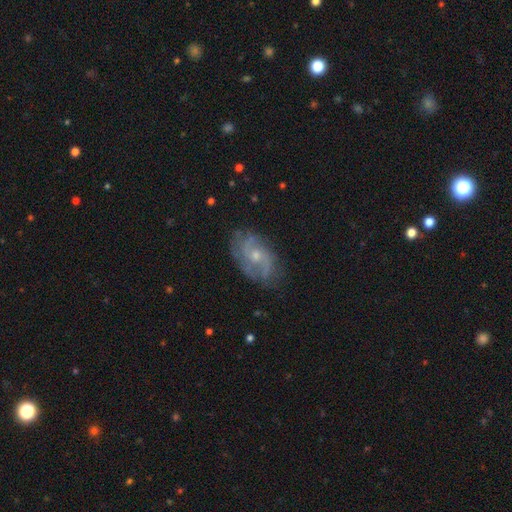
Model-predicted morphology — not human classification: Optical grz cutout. It shows a featured or disk galaxy (78%) with no bar (70%), 2 (51%) medium (46%) spiral arms (91%) and a small central bulge (55%). Merging: none (73%).